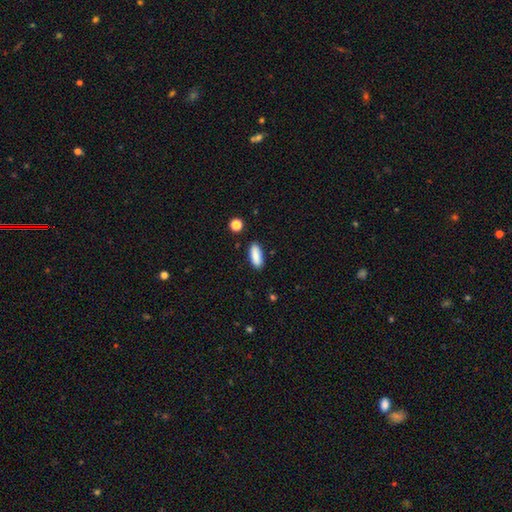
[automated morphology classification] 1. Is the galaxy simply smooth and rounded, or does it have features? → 87% smooth, 7% star or artifact, 6% featured or disk.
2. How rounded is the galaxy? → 73% in between, 24% cigar-shaped, 2% round.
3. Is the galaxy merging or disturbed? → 85% none, 10% minor disturbance, 2% merger, 2% major disturbance.